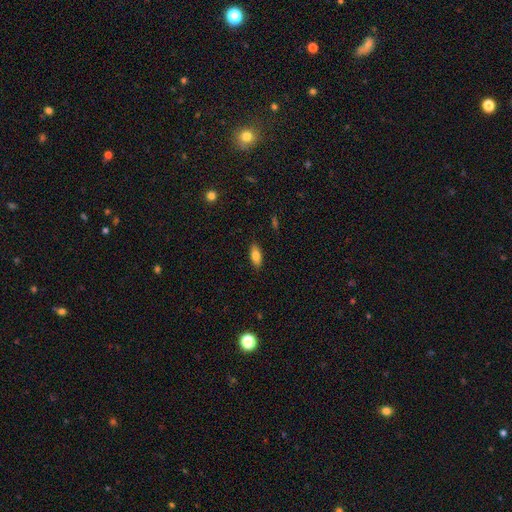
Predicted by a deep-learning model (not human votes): This is clearly a smooth galaxy (81%). How rounded: clearly in between (83%). Merging: clearly none (88%).